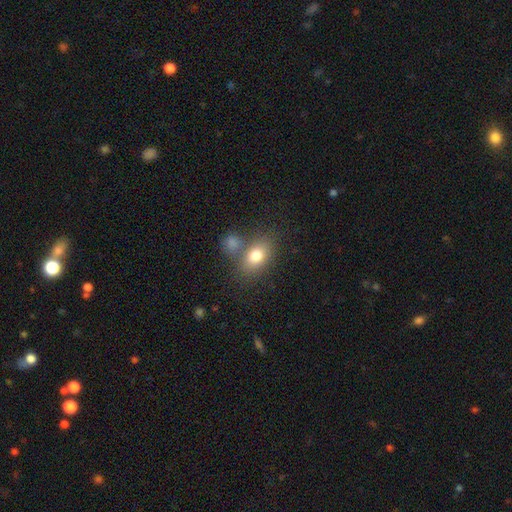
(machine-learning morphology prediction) Overall: smooth (77%). How rounded: in between (72%). Merging: none (57%; merger 24%).